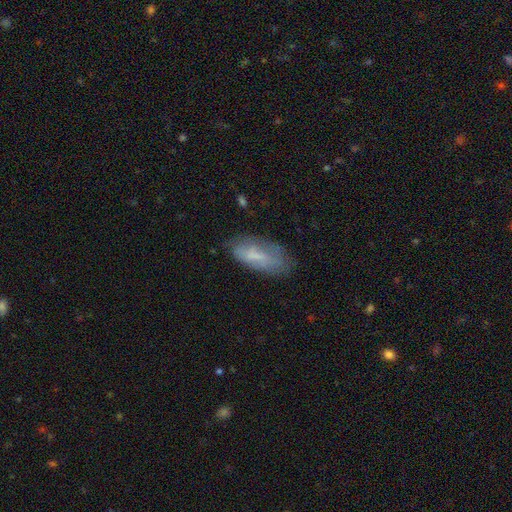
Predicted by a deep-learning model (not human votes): This is likely a smooth galaxy (65%). How rounded: likely in between (76%). Merging: likely none (62%).